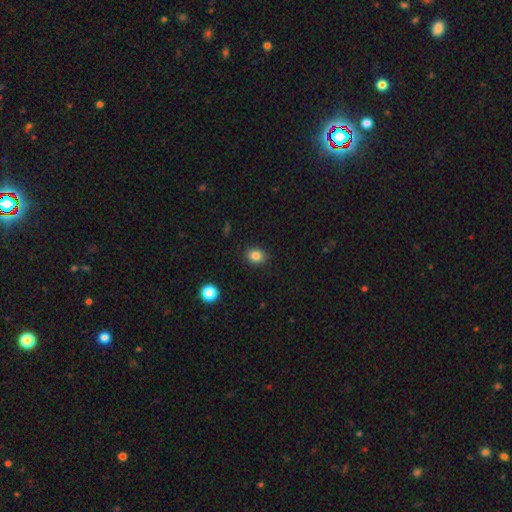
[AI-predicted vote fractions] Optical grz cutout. It shows a smooth galaxy with no disk features (84%) that is round (56%). Merging: none (89%).